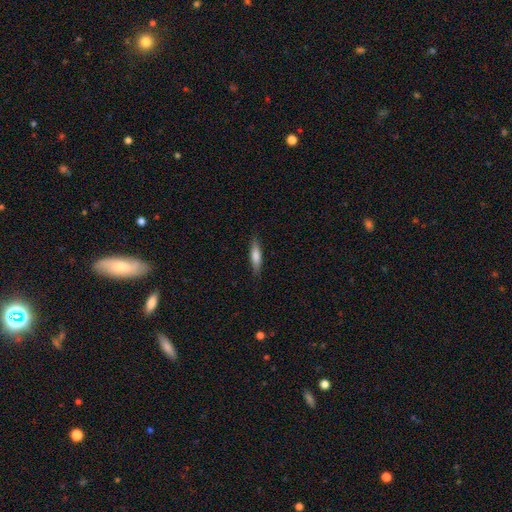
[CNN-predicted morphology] Smooth or featured? smooth (72%)
How rounded? cigar-shaped (71%)
Merging? none (85%)